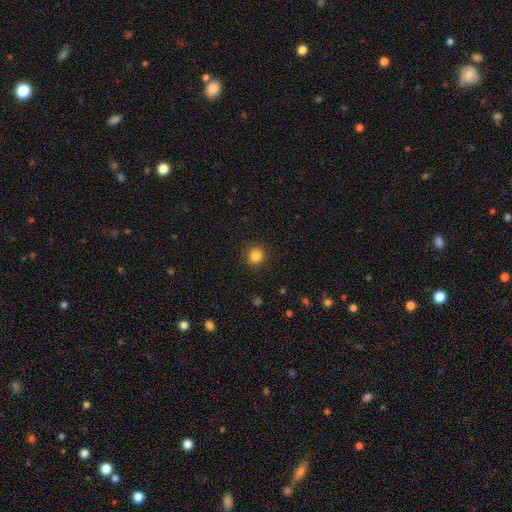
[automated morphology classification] A smooth galaxy with no disk features (84%) that is round (92%).

Vote fractions:
- Smooth or featured? smooth: 84% / star or artifact: 12% / featured or disk: 4%
- How rounded? round: 92% / in between: 7% / cigar-shaped: 1%
- Merging? none: 91% / minor disturbance: 6% / major disturbance: 2% / merger: 1%